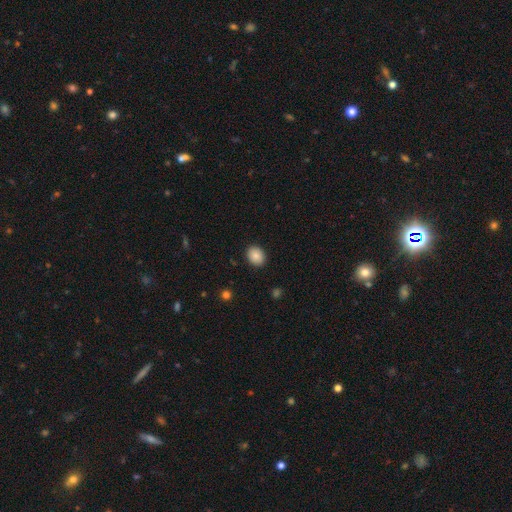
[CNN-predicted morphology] This is clearly a smooth galaxy (87%). How rounded: possibly in between (51%). Merging: clearly none (89%).